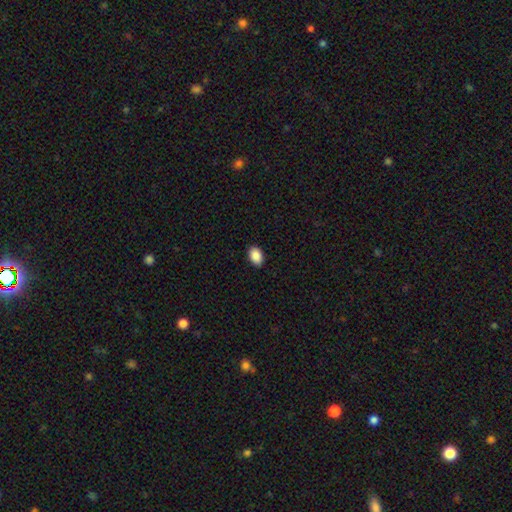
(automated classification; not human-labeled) smooth_or_featured: smooth (p=0.90) [alt: star or artifact p=0.07]
how_rounded: in between (p=0.85) [alt: round p=0.14]
merging: none (p=0.88) [alt: minor disturbance p=0.09]